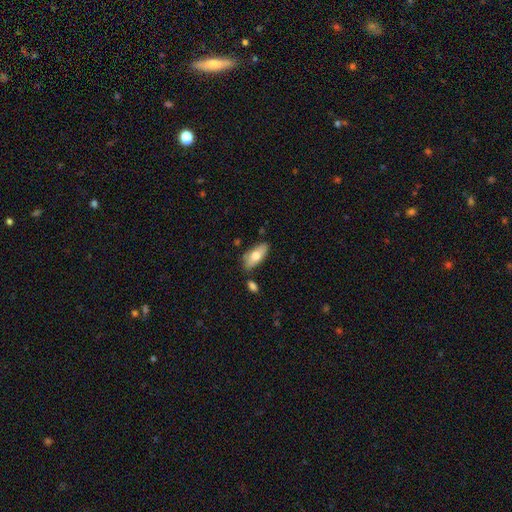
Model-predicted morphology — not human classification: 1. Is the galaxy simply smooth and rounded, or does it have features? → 71% smooth, 23% featured or disk, 6% star or artifact.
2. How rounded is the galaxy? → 84% in between, 13% cigar-shaped, 2% round.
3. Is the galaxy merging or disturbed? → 75% none, 15% minor disturbance, 6% merger, 3% major disturbance.